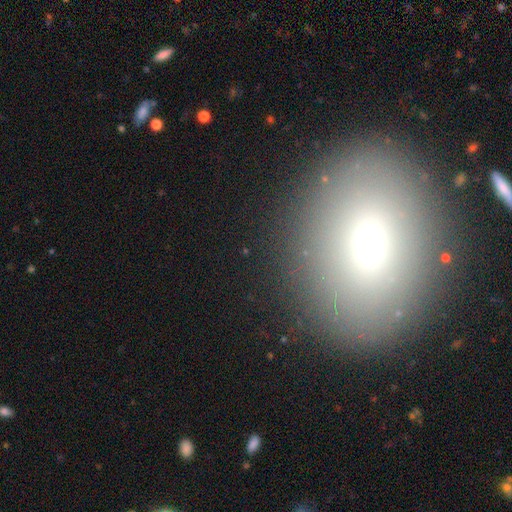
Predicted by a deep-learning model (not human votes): Smooth or featured: smooth — 69% (star or artifact — 16%)
How rounded: in between — 65% (round — 33%)
Merging: none — 87% (minor disturbance — 8%)